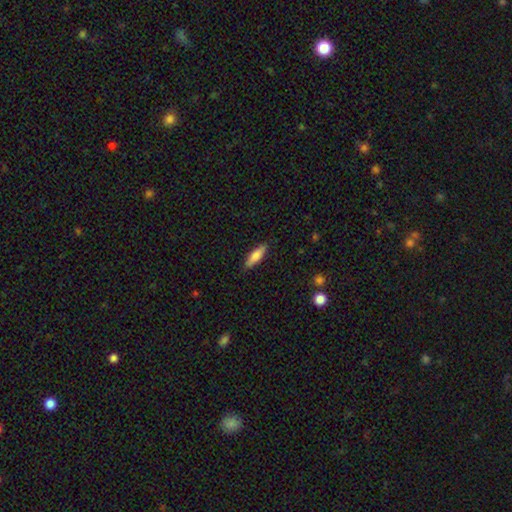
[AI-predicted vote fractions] smooth-or-featured: smooth: 74% | featured or disk: 19% | star or artifact: 6%
  how-rounded: cigar-shaped: 60% | in between: 38% | round: 2%
  merging: none: 87% | minor disturbance: 9% | major disturbance: 2% | merger: 1%